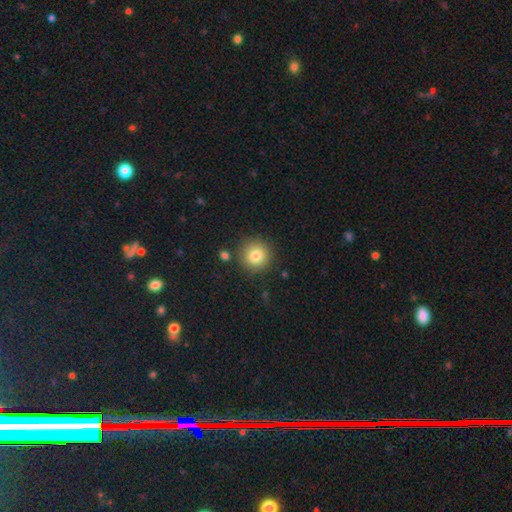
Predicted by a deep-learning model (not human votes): A smooth galaxy with no disk features (82%) that is round (93%). Merging: none (87%).